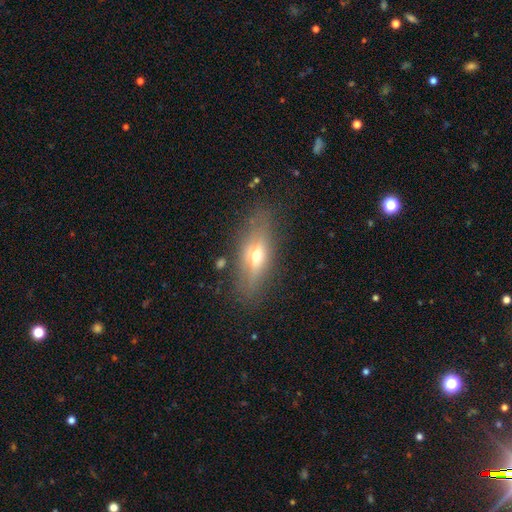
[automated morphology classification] Smooth or featured? Predicted: featured or disk (p=0.49). Merging? Predicted: none (p=0.80).